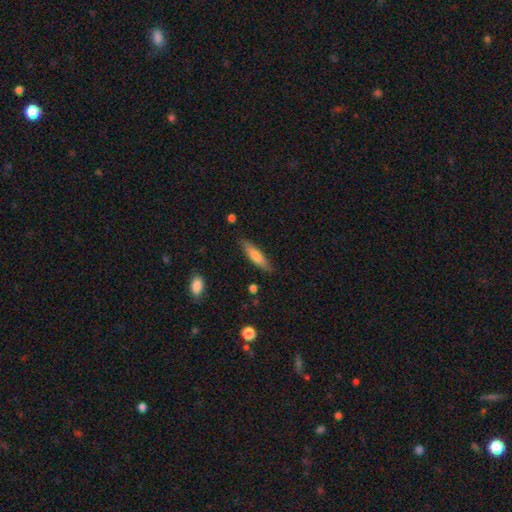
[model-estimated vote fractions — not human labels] smooth-or-featured: smooth: 67% | featured or disk: 26% | star or artifact: 6%
  how-rounded: cigar-shaped: 77% | in between: 22% | round: 2%
  merging: none: 86% | minor disturbance: 11% | major disturbance: 2% | merger: 2%